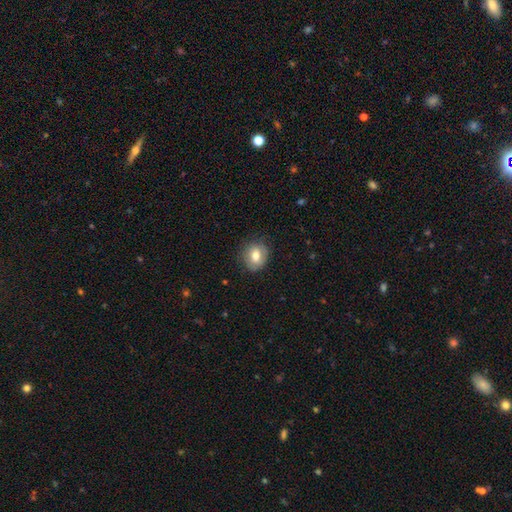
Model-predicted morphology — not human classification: Smooth or featured: smooth — 73% (featured or disk — 18%)
How rounded: round — 72% (in between — 27%)
Merging: none — 80% (minor disturbance — 15%)